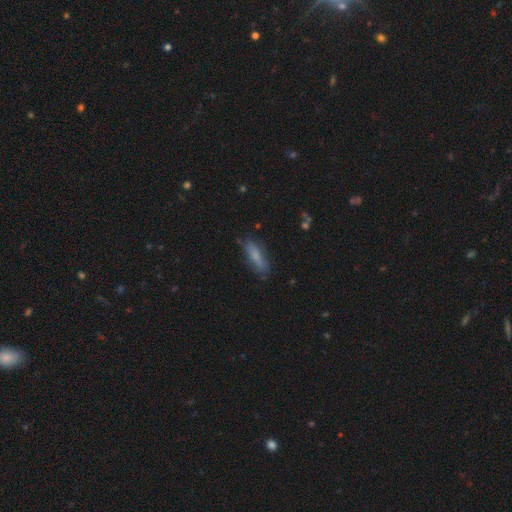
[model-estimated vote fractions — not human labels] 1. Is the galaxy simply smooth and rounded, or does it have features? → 70% smooth, 22% featured or disk, 8% star or artifact.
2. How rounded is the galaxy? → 65% cigar-shaped, 33% in between, 2% round.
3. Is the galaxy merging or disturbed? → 75% none, 18% minor disturbance, 5% major disturbance, 2% merger.